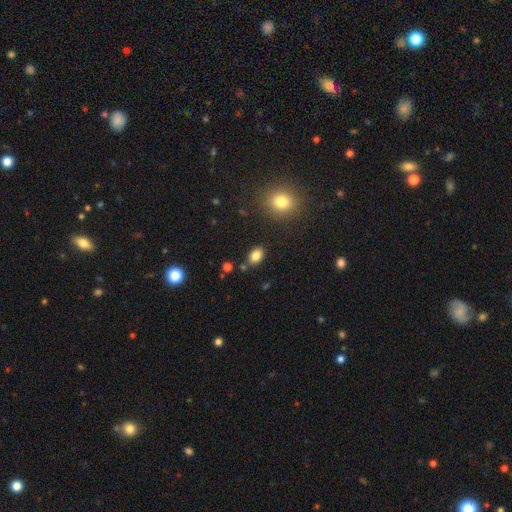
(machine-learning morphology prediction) Smooth or featured? smooth (84%)
How rounded? in between (79%)
Merging? none (82%)